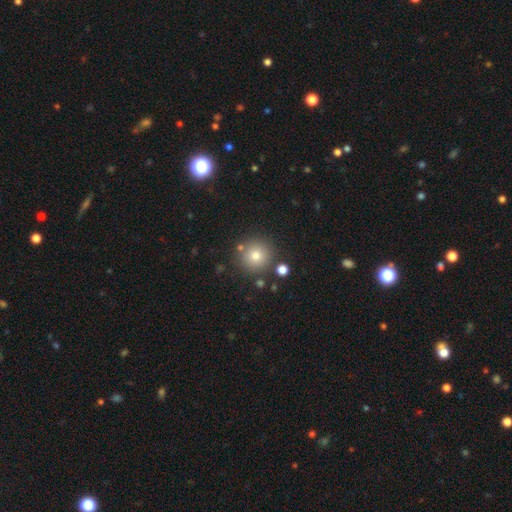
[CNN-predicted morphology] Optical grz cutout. It shows a smooth galaxy with no disk features (76%) that is round (95%). Merging: none (84%).